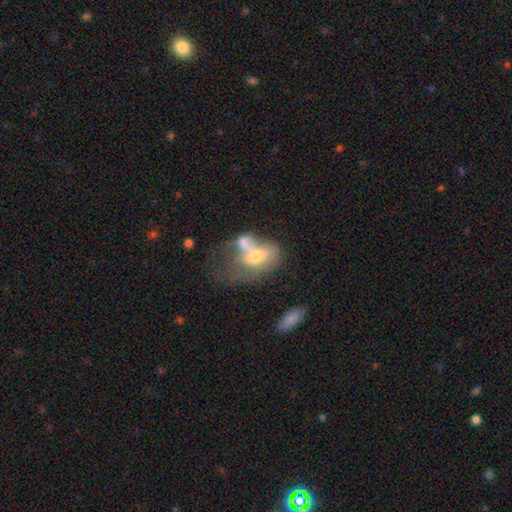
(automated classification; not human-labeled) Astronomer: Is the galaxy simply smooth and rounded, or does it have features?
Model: smooth — 46% (runner-up: featured or disk, 43%).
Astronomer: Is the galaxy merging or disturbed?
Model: merger — 50% (runner-up: major disturbance, 27%).